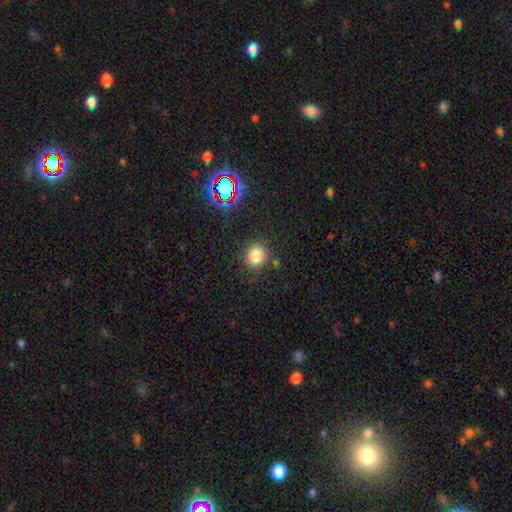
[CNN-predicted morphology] smooth 80%, star or artifact 14%, featured or disk 6%. Down the decision tree: how rounded — round (75%); merging — none (79%).